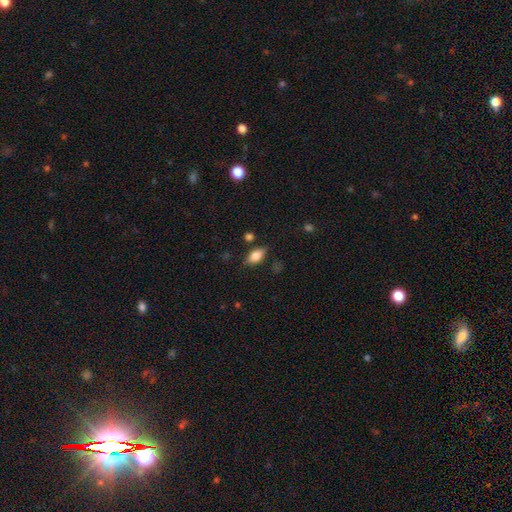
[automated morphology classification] Smooth or featured? Predicted: smooth (p=0.78). How rounded? Predicted: in between (p=0.88). Merging? Predicted: none (p=0.79).